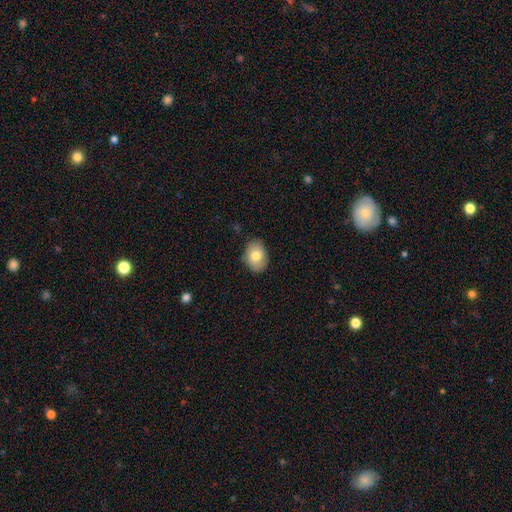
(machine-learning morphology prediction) type=smooth (78%); roundness=in between (74%); merging=none (84%).